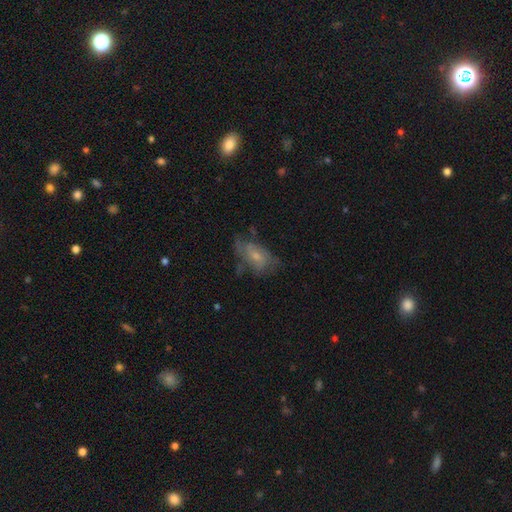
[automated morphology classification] Smooth or featured? featured or disk (55%)
Edge-on disk? no (94%)
Bar? no (64%)
Spiral arms? yes (68%)
Bulge size? small (53%)
Merging? none (49%)